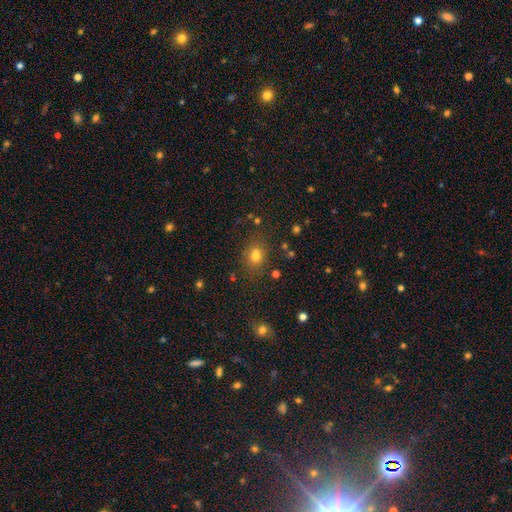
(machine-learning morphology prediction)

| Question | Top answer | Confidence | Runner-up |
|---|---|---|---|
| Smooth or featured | smooth | 75% | star or artifact (16%) |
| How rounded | round | 56% | in between (43%) |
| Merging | none | 75% | minor disturbance (14%) |